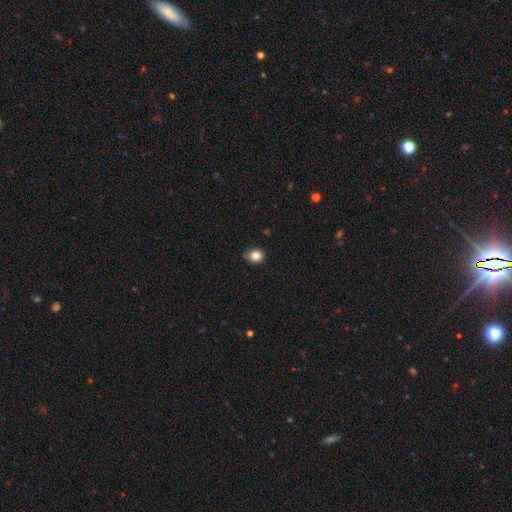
Volunteers were most divided on "how rounded": round: 65%, in between: 35%, cigar-shaped: 0%. More confident: smooth or featured — smooth (89%); merging — none (78%).